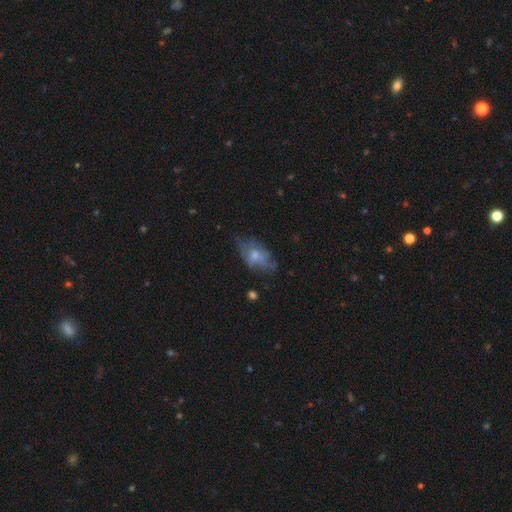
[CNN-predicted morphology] Smooth or featured? featured or disk (49%)
Merging? none (50%)